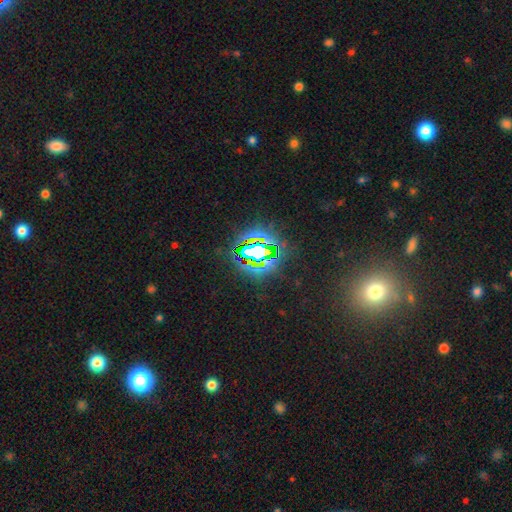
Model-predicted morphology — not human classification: The model was most divided on "smooth or featured": star or artifact: 72%, smooth: 15%, featured or disk: 13%.